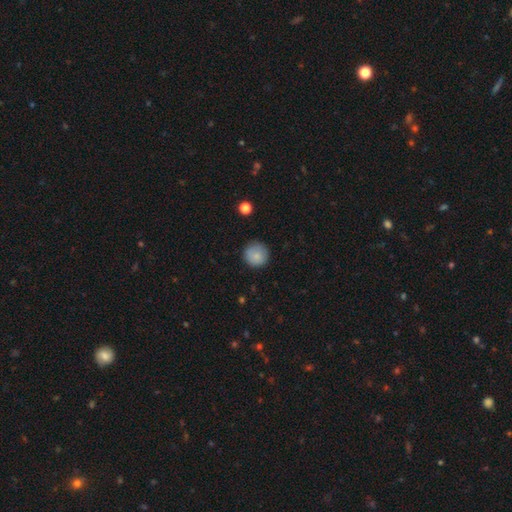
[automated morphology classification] The model was most divided on "smooth or featured": smooth: 83%, star or artifact: 8%, featured or disk: 8%. More confident: how rounded — round (95%); merging — none (86%).